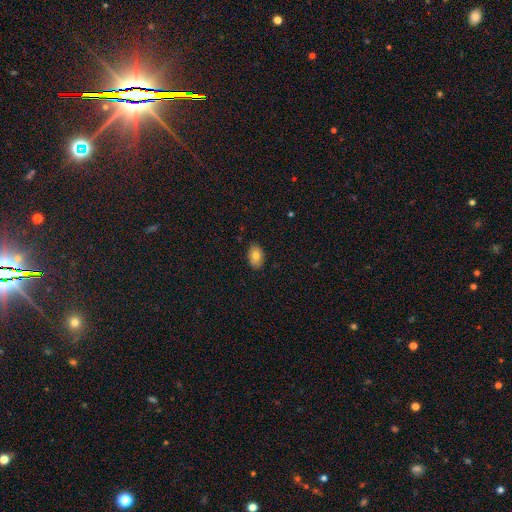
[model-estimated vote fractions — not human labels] A smooth galaxy with no disk features (77%) that is in between round and cigar-shaped (84%). Merging: none (86%).